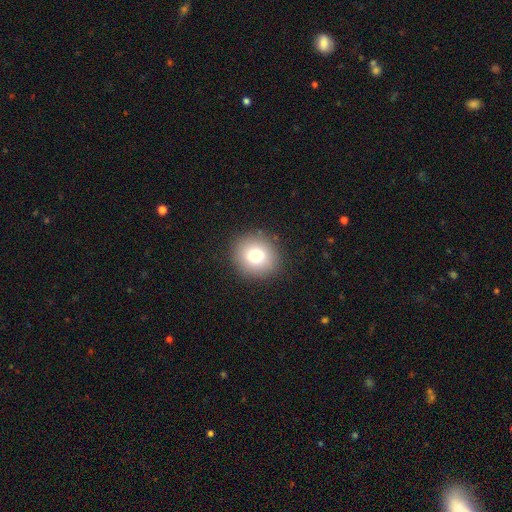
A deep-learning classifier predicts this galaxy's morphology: smooth 77%, star or artifact 12%, featured or disk 11%. Down the decision tree: how rounded — round (87%); merging — none (90%).